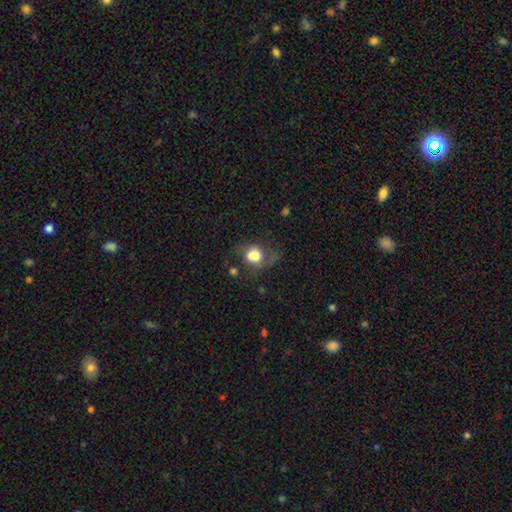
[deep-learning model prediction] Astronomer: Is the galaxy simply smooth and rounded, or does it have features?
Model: smooth — 71%.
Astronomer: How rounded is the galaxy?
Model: round — 54% (runner-up: in between, 45%).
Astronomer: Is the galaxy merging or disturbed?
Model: none — 32% (runner-up: major disturbance, 29%).